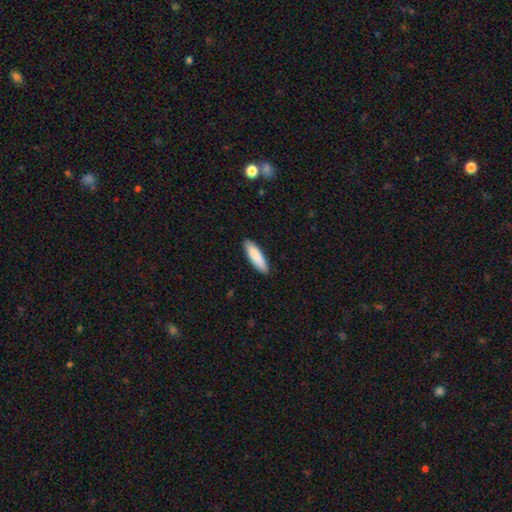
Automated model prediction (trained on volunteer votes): smooth-or-featured: smooth: 87% | featured or disk: 8% | star or artifact: 5%
  how-rounded: cigar-shaped: 62% | in between: 37% | round: 1%
  merging: none: 89% | minor disturbance: 9% | major disturbance: 2% | merger: 1%